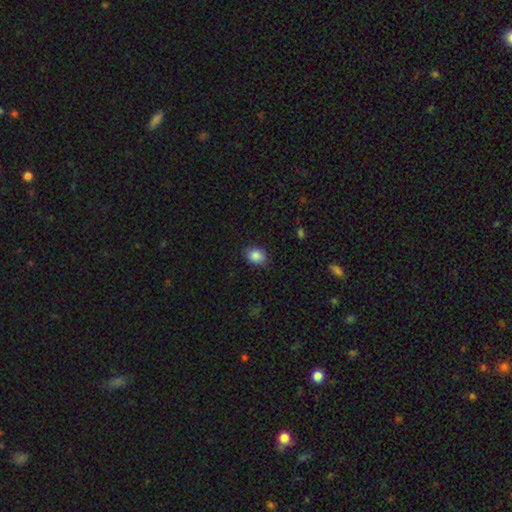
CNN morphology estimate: type=smooth (87%); roundness=in between (63%); merging=none (85%).